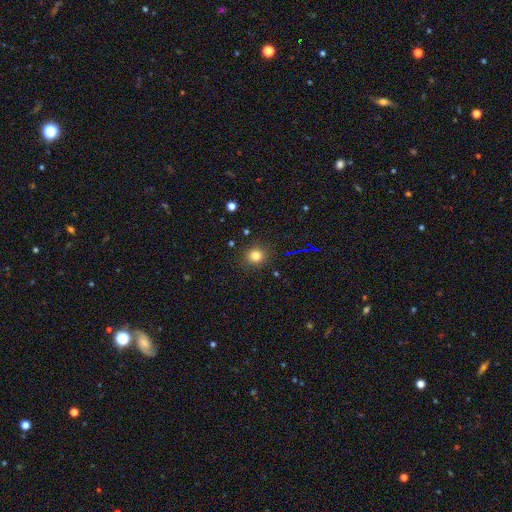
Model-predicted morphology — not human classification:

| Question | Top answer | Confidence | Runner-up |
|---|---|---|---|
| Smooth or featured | smooth | 80% | star or artifact (14%) |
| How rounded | round | 86% | in between (13%) |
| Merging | none | 88% | minor disturbance (8%) |